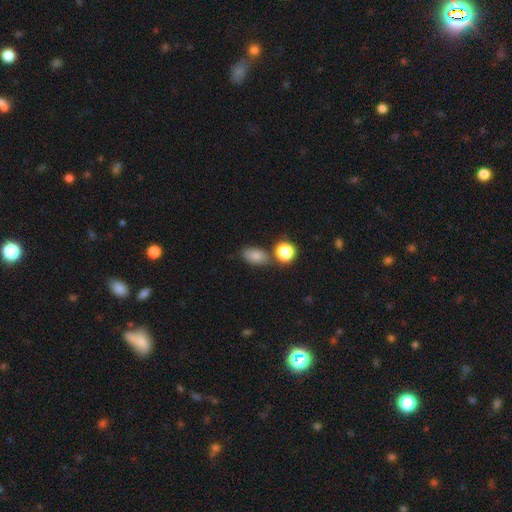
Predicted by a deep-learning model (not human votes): Morphology: type=smooth (80%); roundness=in between (86%); merging=none (69%).